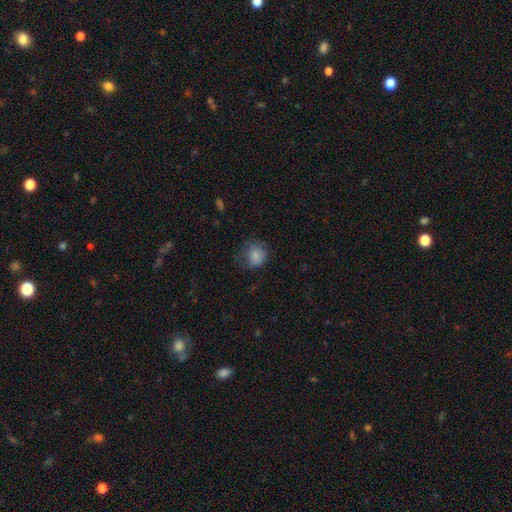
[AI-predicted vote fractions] This appears to be a smooth galaxy with no disk features (81%) that is round (71%). Merging: none (56%).